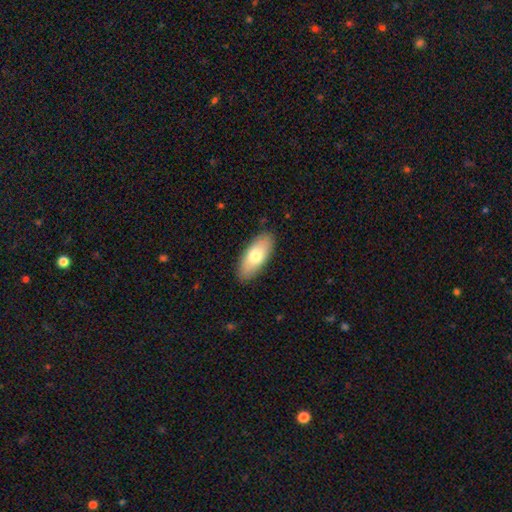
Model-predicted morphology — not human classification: smooth-or-featured: smooth: 72% | featured or disk: 22% | star or artifact: 6%
  how-rounded: in between: 84% | cigar-shaped: 13% | round: 2%
  merging: none: 88% | minor disturbance: 9% | major disturbance: 2% | merger: 1%